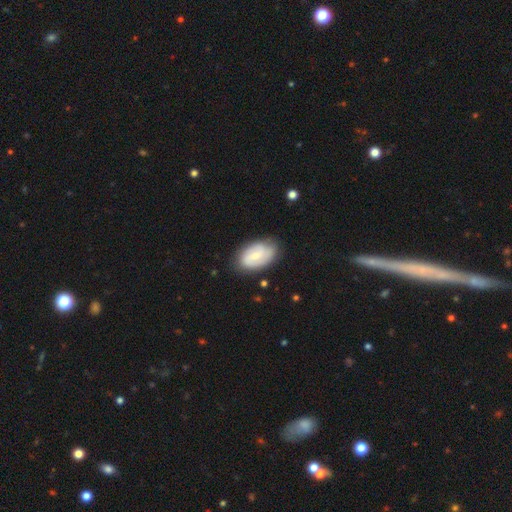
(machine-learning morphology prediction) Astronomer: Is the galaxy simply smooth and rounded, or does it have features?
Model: featured or disk — 60%.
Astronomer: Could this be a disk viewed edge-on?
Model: no — 96%.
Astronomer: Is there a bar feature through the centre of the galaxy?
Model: weak — 52% (runner-up: no, 36%).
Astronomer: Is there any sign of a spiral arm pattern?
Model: yes — 86%.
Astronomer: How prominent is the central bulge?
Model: small — 52% (runner-up: moderate, 40%).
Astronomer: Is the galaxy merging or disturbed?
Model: none — 78%.